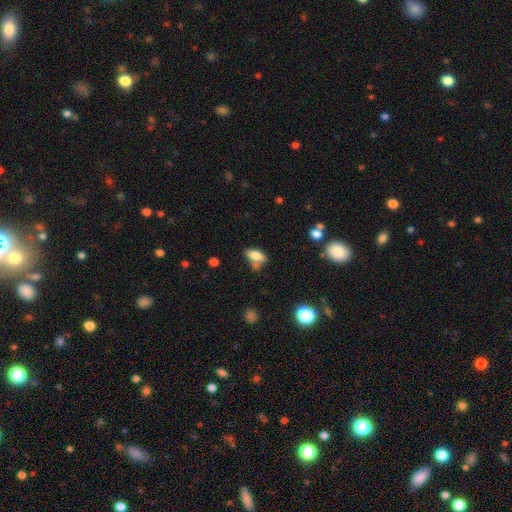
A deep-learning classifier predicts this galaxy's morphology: A smooth galaxy with no disk features (76%) that is in between round and cigar-shaped (83%).

Vote fractions:
- Smooth or featured? smooth: 76% / featured or disk: 15% / star or artifact: 9%
- How rounded? in between: 83% / cigar-shaped: 13% / round: 4%
- Merging? none: 52% / minor disturbance: 21% / merger: 20% / major disturbance: 7%